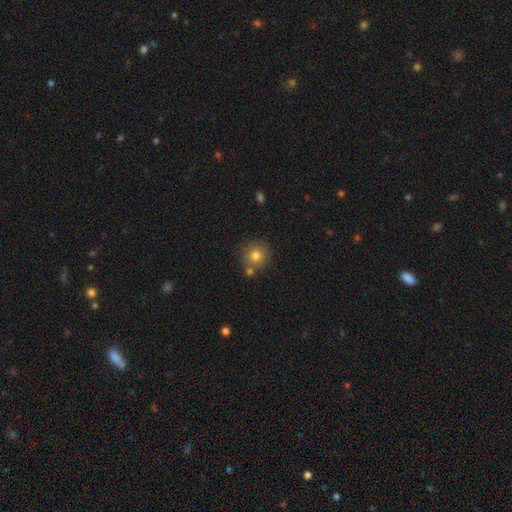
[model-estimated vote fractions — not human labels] Smooth or featured?
  - smooth: 79% *
  - star or artifact: 11%
  - featured or disk: 10%
How rounded?
  - round: 89% *
  - in between: 10%
  - cigar-shaped: 1%
Merging?
  - none: 71% *
  - merger: 15%
  - minor disturbance: 11%
  - major disturbance: 3%